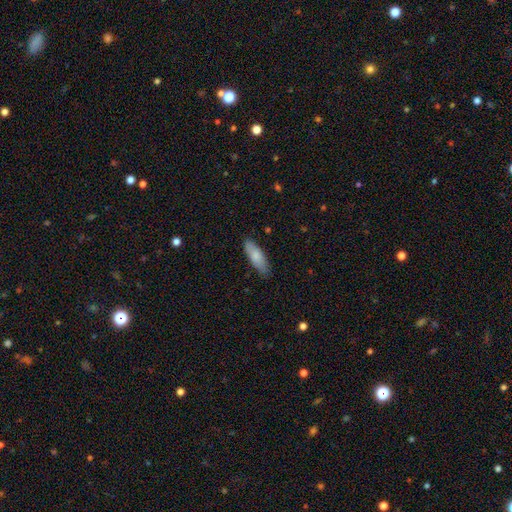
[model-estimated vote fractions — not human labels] A smooth galaxy with no disk features (80%) that is in between round and cigar-shaped (61%). Merging: none (83%).